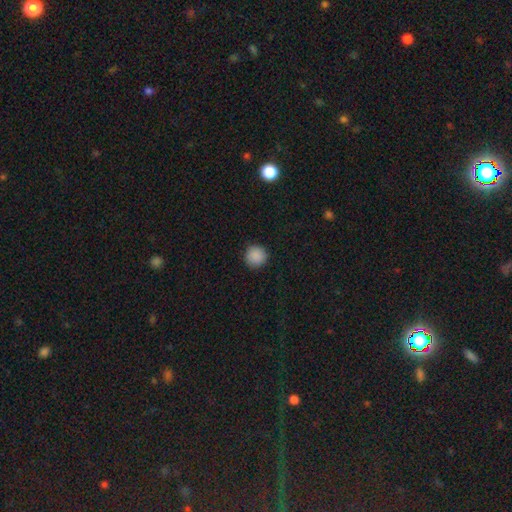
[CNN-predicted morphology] The model was most divided on "smooth or featured": smooth: 88%, star or artifact: 9%, featured or disk: 3%. More confident: how rounded — round (95%); merging — none (91%).